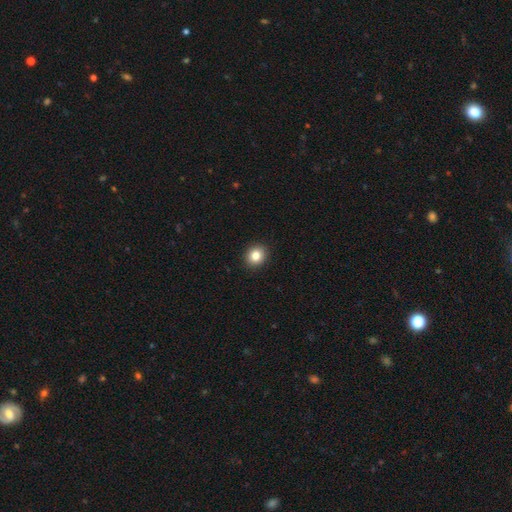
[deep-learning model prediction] smooth_or_featured: smooth (p=0.83) [alt: star or artifact p=0.10]
how_rounded: round (p=0.74) [alt: in between p=0.25]
merging: none (p=0.92) [alt: minor disturbance p=0.05]